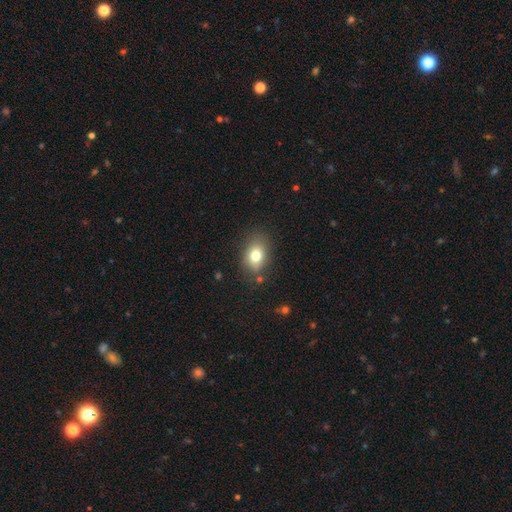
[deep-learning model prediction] Q: Smooth or featured?
A: smooth (77%); runner-up: featured or disk (13%)
Q: How rounded?
A: in between (73%); runner-up: round (26%)
Q: Merging?
A: none (77%); runner-up: minor disturbance (15%)